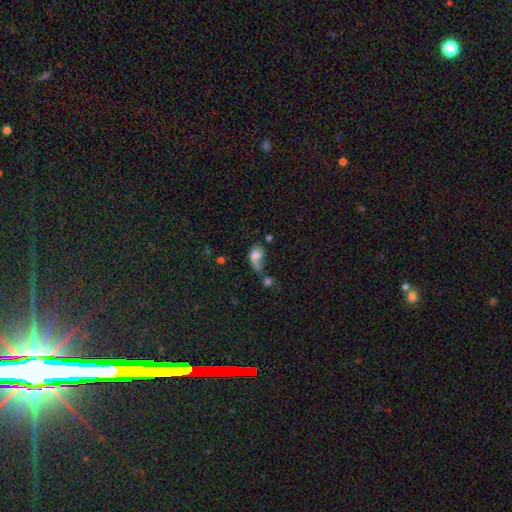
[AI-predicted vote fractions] Q: Smooth or featured?
A: smooth (63%); runner-up: featured or disk (26%)
Q: How rounded?
A: in between (72%); runner-up: round (25%)
Q: Merging?
A: major disturbance (32%); runner-up: merger (30%)